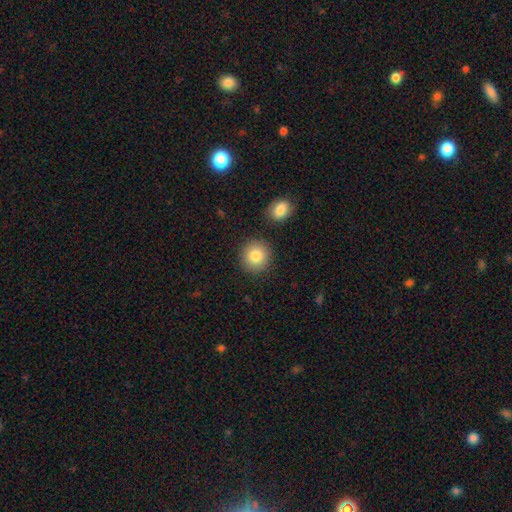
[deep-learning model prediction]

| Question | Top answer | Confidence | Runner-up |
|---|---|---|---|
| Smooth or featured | smooth | 84% | star or artifact (9%) |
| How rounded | round | 91% | in between (8%) |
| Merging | none | 86% | minor disturbance (7%) |